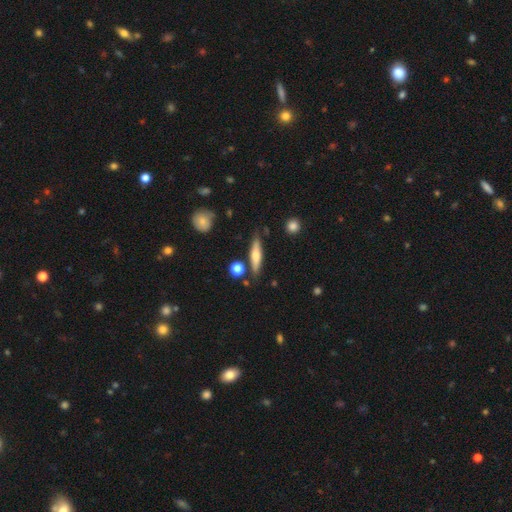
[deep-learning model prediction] Smooth or featured: smooth — 52% (featured or disk — 41%)
How rounded: cigar-shaped — 79% (in between — 18%)
Merging: none — 79% (minor disturbance — 13%)